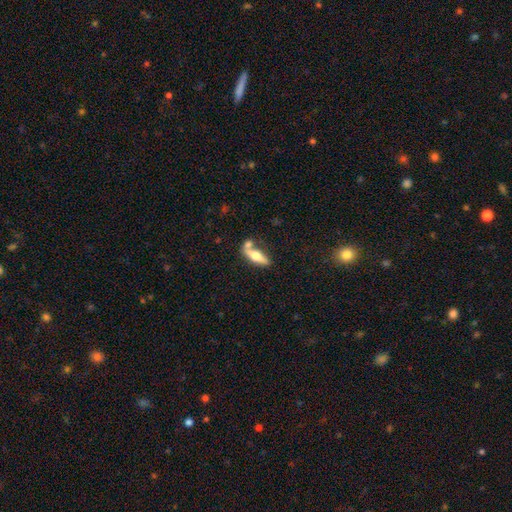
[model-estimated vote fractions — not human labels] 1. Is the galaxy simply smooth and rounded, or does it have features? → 51% smooth, 43% featured or disk, 6% star or artifact.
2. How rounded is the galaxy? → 48% in between (tied), 48% cigar-shaped (tied), 3% round.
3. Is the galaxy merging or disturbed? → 52% none, 28% merger, 14% minor disturbance, 6% major disturbance.